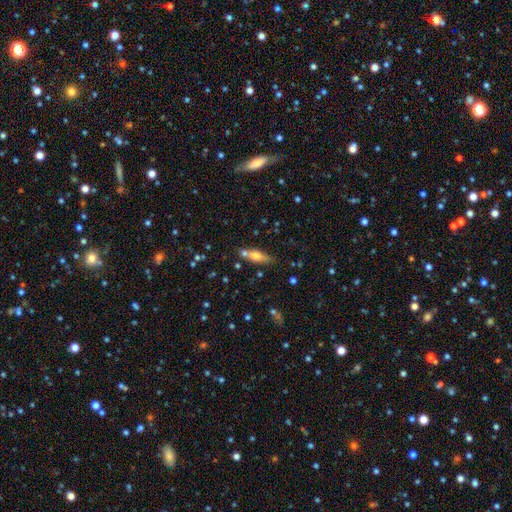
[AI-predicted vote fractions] smooth-or-featured: smooth: 61% | featured or disk: 30% | star or artifact: 10%
  how-rounded: in between: 51% | cigar-shaped: 44% | round: 4%
  merging: none: 58% | merger: 21% | minor disturbance: 16% | major disturbance: 5%